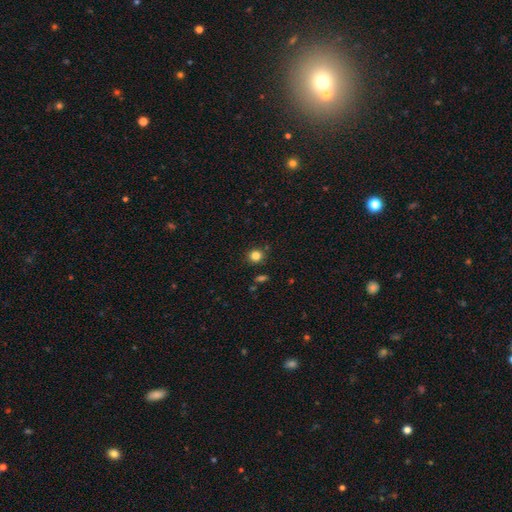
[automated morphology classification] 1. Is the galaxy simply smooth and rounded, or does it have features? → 83% smooth, 13% star or artifact, 5% featured or disk.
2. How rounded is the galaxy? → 88% round, 11% in between, 1% cigar-shaped.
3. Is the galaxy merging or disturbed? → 87% none, 8% minor disturbance, 3% merger, 2% major disturbance.